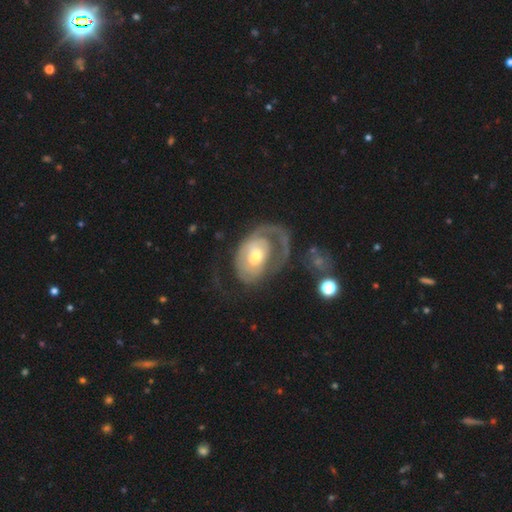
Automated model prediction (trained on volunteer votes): A featured or disk galaxy (70%) with no bar (75%), spiral arms (68%) and a moderate central bulge (60%). Merging: major disturbance (45%).